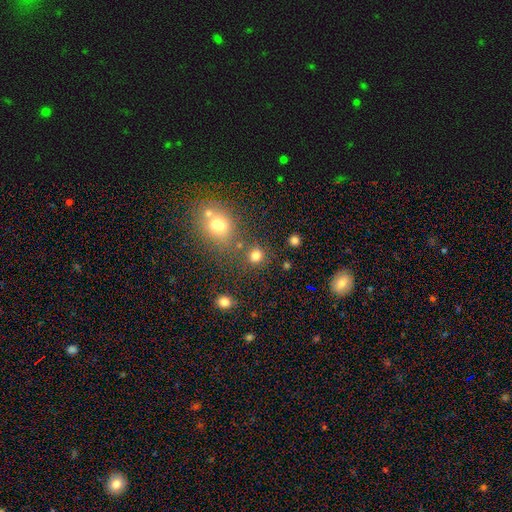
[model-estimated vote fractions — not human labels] Q: Smooth or featured?
A: smooth (77%); runner-up: star or artifact (16%)
Q: How rounded?
A: round (85%); runner-up: in between (14%)
Q: Merging?
A: none (75%); runner-up: merger (13%)